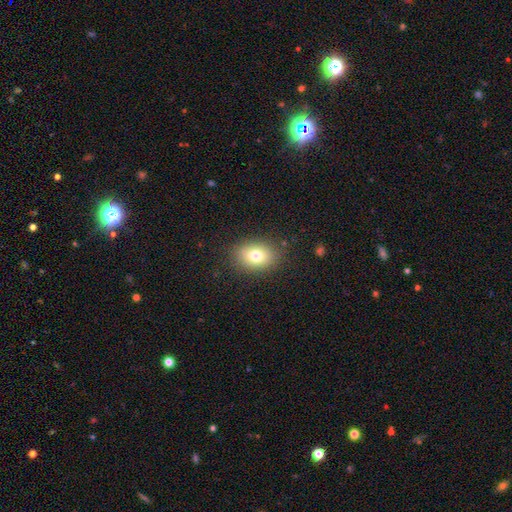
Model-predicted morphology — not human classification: type=smooth (77%); roundness=in between (67%); merging=none (86%).